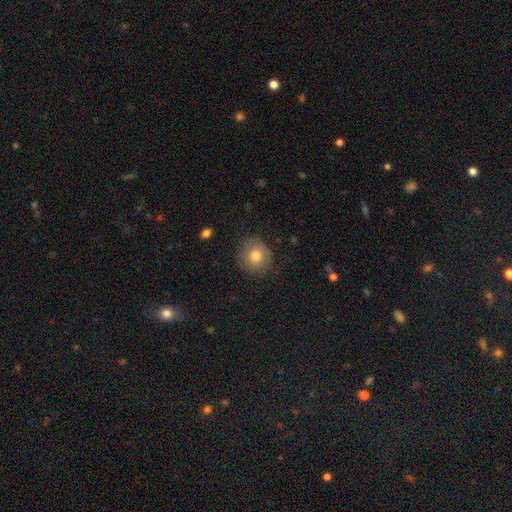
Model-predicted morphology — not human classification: Smooth or featured?
  - smooth: 77% *
  - featured or disk: 14%
  - star or artifact: 9%
How rounded?
  - round: 83% *
  - in between: 16%
  - cigar-shaped: 1%
Merging?
  - none: 81% *
  - minor disturbance: 14%
  - major disturbance: 4%
  - merger: 1%